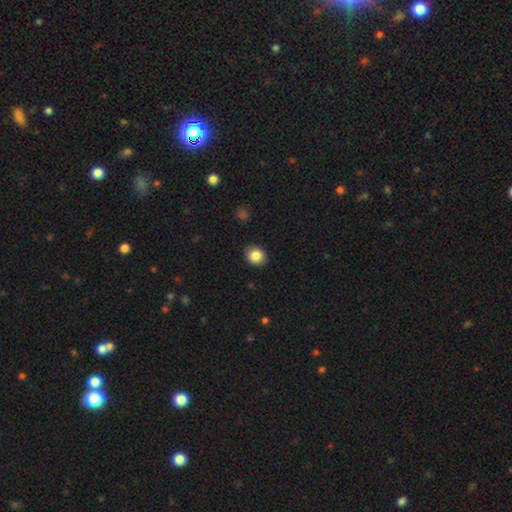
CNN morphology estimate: Smooth or featured: smooth — 85% (star or artifact — 9%)
How rounded: round — 66% (in between — 33%)
Merging: none — 88% (minor disturbance — 9%)